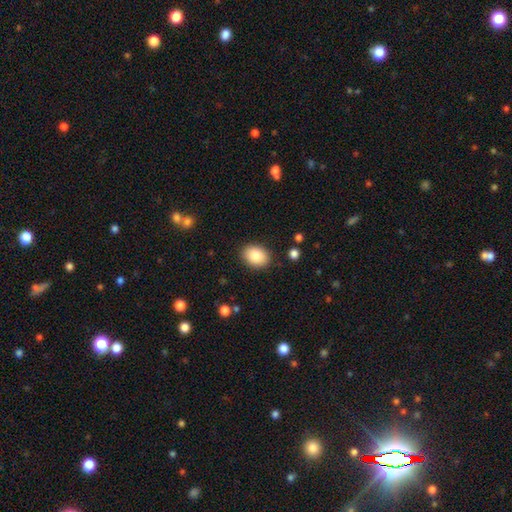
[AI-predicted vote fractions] Smooth or featured? smooth (87%)
How rounded? in between (73%)
Merging? none (88%)